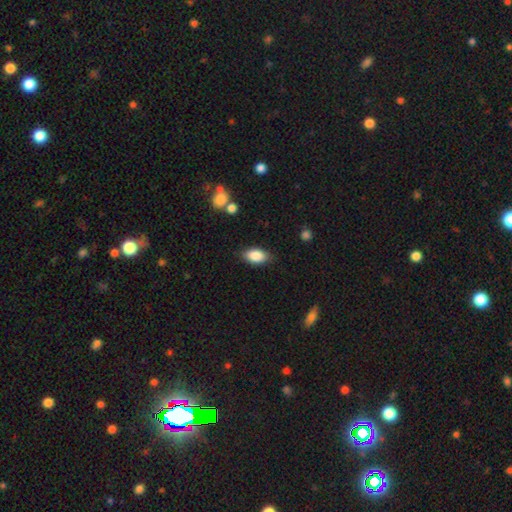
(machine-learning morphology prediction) This appears to be a smooth galaxy with no disk features (86%) that is in between round and cigar-shaped (91%). Merging: none (83%).